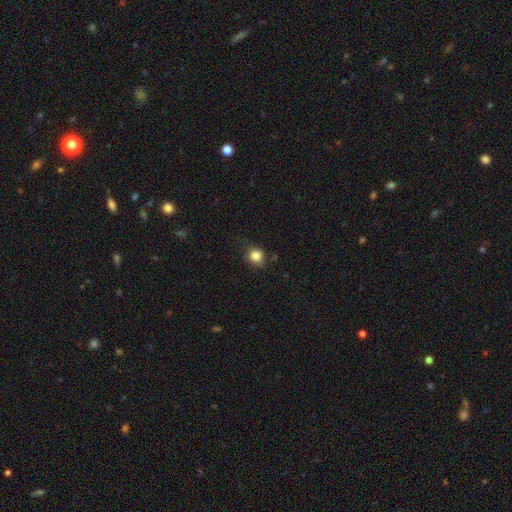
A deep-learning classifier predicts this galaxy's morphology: The model was most divided on "merging": none: 70%, minor disturbance: 22%, major disturbance: 6%, merger: 2%. More confident: smooth or featured — smooth (83%); how rounded — round (78%).